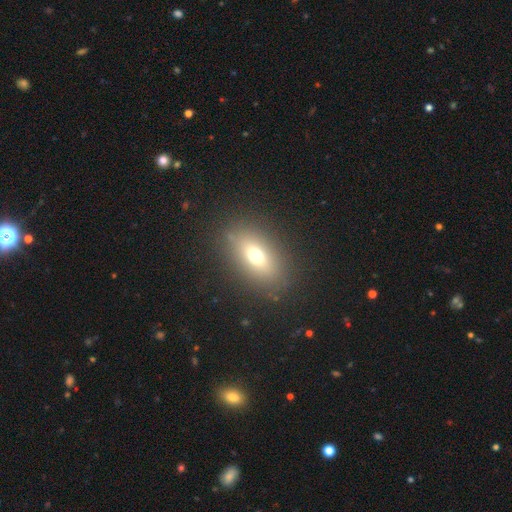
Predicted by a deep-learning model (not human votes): This is likely a smooth galaxy (67%). How rounded: likely in between (79%). Merging: clearly none (85%).